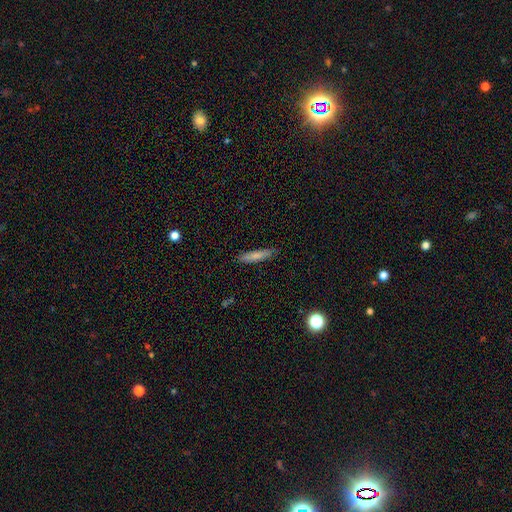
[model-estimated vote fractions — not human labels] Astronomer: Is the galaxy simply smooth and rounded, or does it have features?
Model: smooth — 78%.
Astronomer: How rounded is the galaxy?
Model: cigar-shaped — 86%.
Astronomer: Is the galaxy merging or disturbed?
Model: none — 85%.